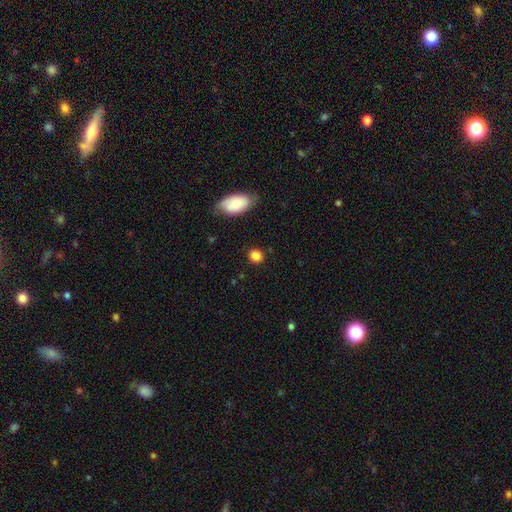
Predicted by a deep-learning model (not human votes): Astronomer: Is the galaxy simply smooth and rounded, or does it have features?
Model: smooth — 86%.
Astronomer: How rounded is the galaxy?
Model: round — 76%.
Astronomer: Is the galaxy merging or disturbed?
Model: none — 86%.